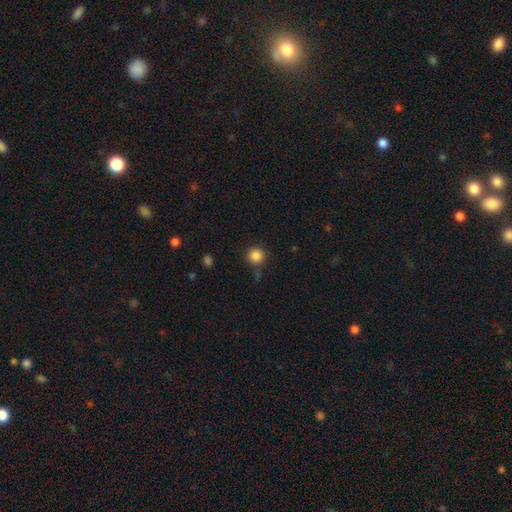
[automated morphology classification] The model was most divided on "merging": none: 79%, minor disturbance: 12%, merger: 4%, major disturbance: 4%. More confident: how rounded — round (93%); smooth or featured — smooth (86%).